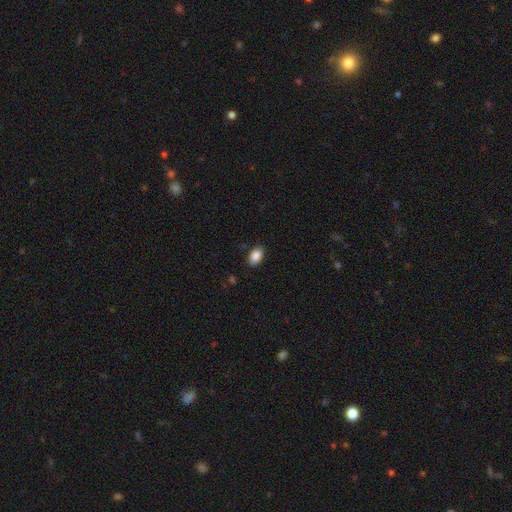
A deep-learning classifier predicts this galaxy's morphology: Q: Smooth or featured?
A: smooth (87%); runner-up: star or artifact (8%)
Q: How rounded?
A: in between (90%); runner-up: round (9%)
Q: Merging?
A: none (87%); runner-up: minor disturbance (10%)